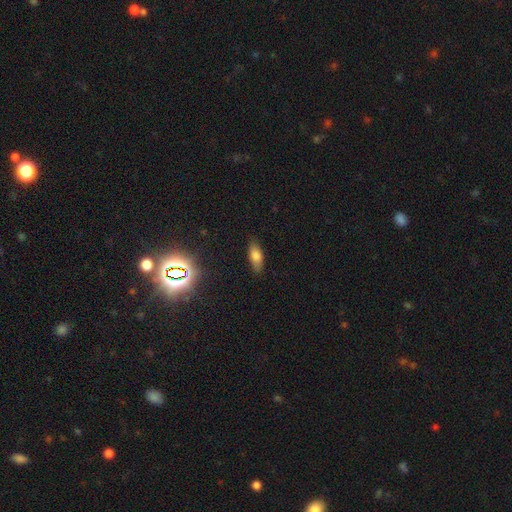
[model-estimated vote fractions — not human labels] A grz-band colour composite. It shows a smooth galaxy with no disk features (76%) that is in between round and cigar-shaped (77%). Merging: none (83%).